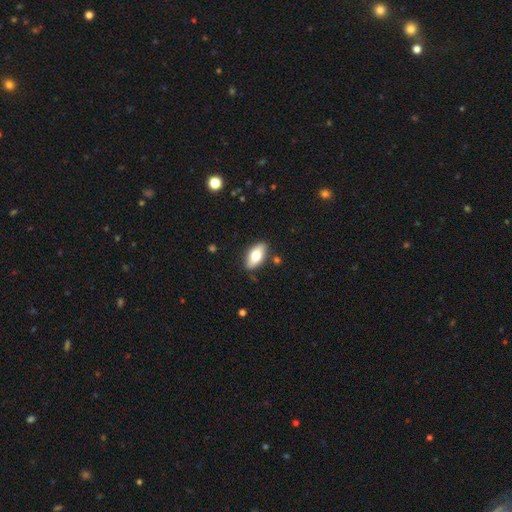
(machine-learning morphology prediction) smooth-or-featured: smooth: 70% | featured or disk: 23% | star or artifact: 7%
  how-rounded: in between: 88% | cigar-shaped: 8% | round: 4%
  merging: none: 84% | minor disturbance: 12% | major disturbance: 2% | merger: 2%